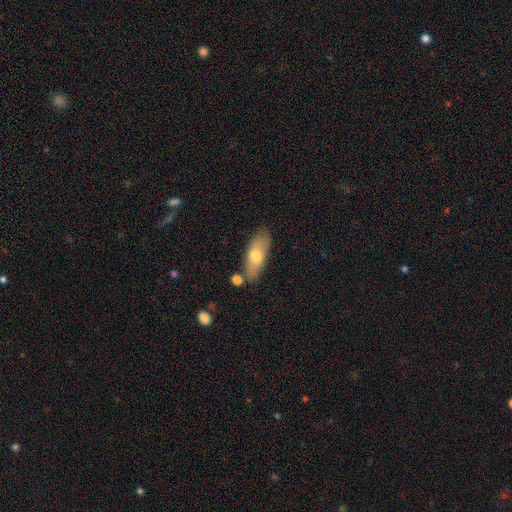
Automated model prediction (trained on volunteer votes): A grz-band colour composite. It shows a smooth galaxy with no disk features (68%) that is in between round and cigar-shaped (70%). Merging: none (77%).